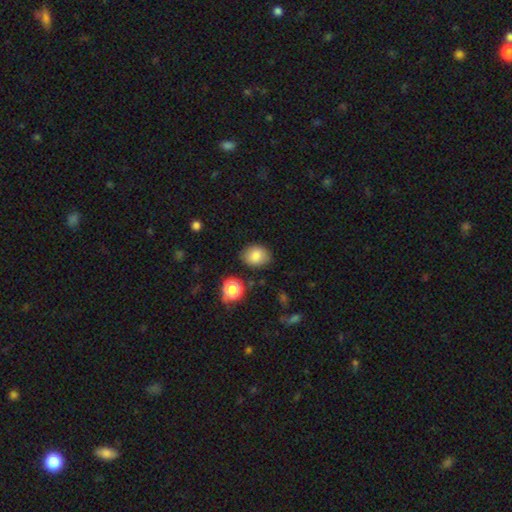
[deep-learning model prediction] Morphology: type=smooth (82%); roundness=in between (62%); merging=none (82%).